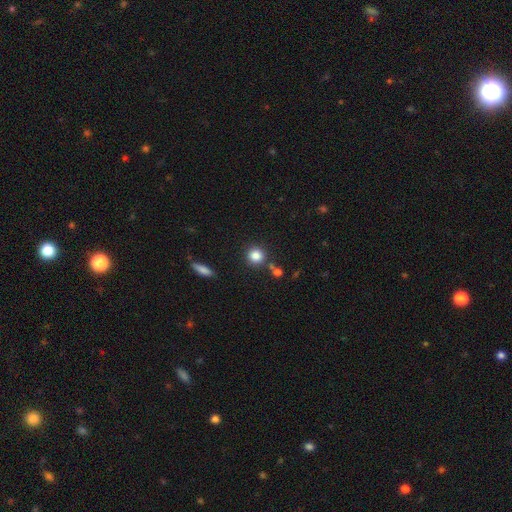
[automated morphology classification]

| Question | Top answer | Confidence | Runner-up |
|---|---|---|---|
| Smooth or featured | smooth | 84% | star or artifact (10%) |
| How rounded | round | 90% | in between (9%) |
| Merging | none | 80% | minor disturbance (9%) |